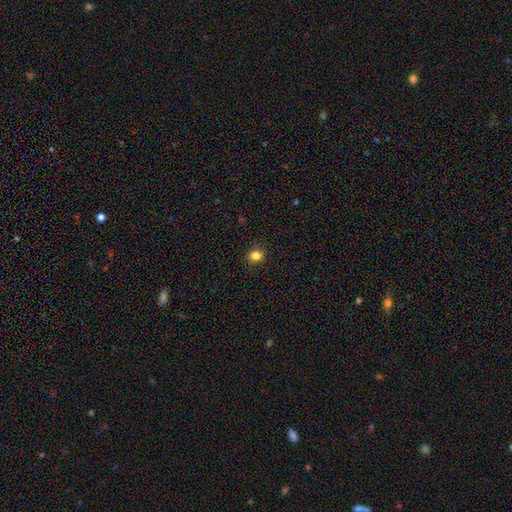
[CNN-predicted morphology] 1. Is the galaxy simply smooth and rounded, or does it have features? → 83% smooth, 13% star or artifact, 4% featured or disk.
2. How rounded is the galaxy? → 78% round, 21% in between, 1% cigar-shaped.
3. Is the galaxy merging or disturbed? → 90% none, 7% minor disturbance, 2% major disturbance, 1% merger.